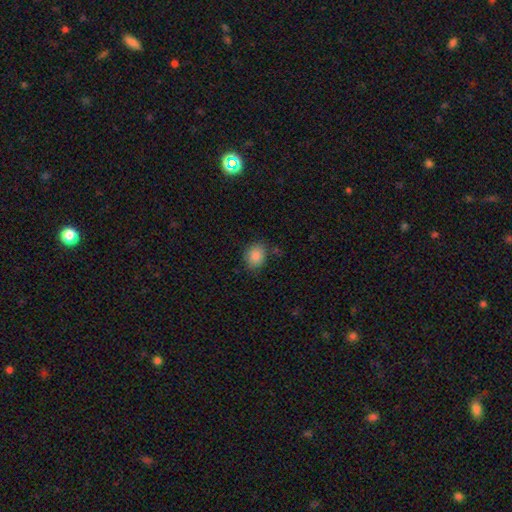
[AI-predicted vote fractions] A smooth galaxy with no disk features (87%) that is round (56%). Merging: none (76%).